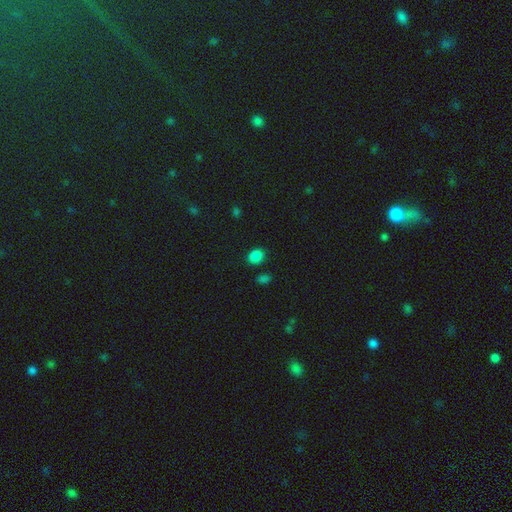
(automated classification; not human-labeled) Smooth or featured? smooth (84%)
How rounded? in between (53%)
Merging? none (82%)